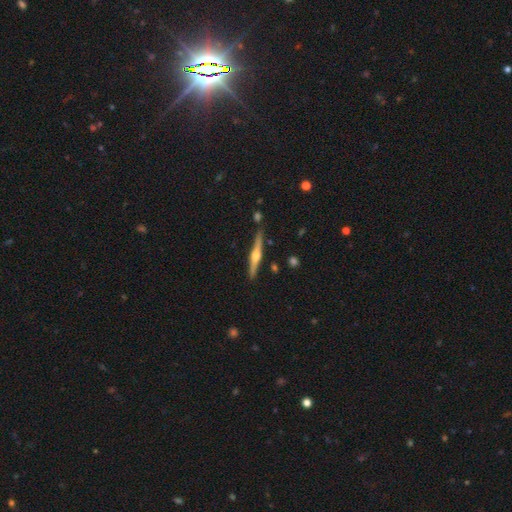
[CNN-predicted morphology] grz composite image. It shows a featured or disk galaxy (77%) viewed edge-on (98%) with a rounded central bulge (92%). Merging: none (87%).